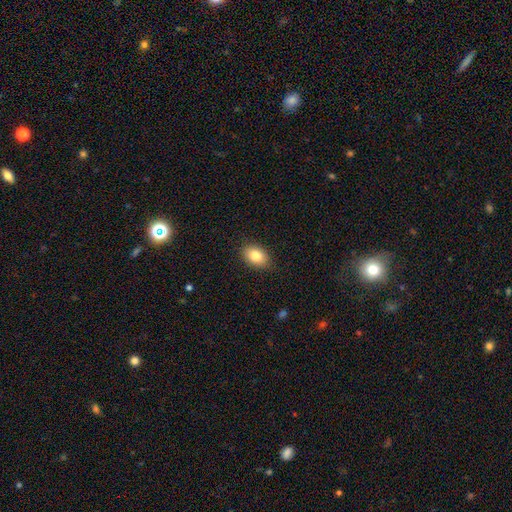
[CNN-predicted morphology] A smooth galaxy with no disk features (83%) that is in between round and cigar-shaped (84%).

Vote fractions:
- Smooth or featured? smooth: 83% / featured or disk: 9% / star or artifact: 8%
- How rounded? in between: 84% / round: 14% / cigar-shaped: 1%
- Merging? none: 87% / minor disturbance: 10% / major disturbance: 2% / merger: 1%